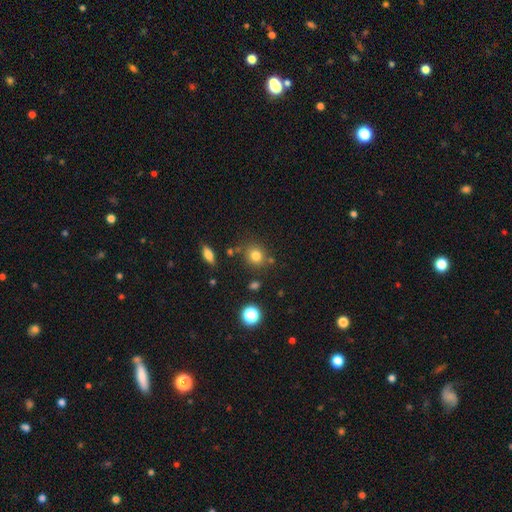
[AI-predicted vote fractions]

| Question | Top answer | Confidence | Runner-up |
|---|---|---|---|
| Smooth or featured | smooth | 78% | star or artifact (14%) |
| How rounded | round | 82% | in between (17%) |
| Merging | none | 78% | minor disturbance (11%) |